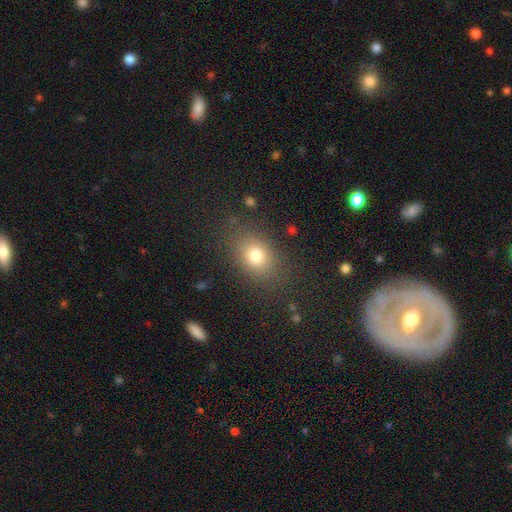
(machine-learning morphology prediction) smooth 78%, star or artifact 12%, featured or disk 10%. Down the decision tree: how rounded — in between (64%); merging — none (81%).